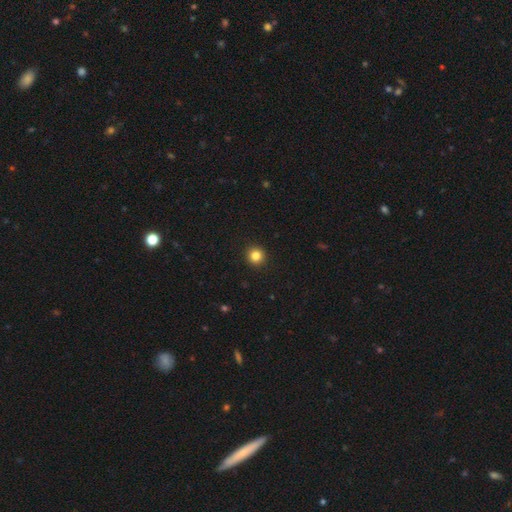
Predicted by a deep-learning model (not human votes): A smooth galaxy with no disk features (84%) that is round (94%).

Vote fractions:
- Smooth or featured? smooth: 84% / star or artifact: 12% / featured or disk: 5%
- How rounded? round: 94% / in between: 5% / cigar-shaped: 1%
- Merging? none: 94% / minor disturbance: 4% / major disturbance: 1% / merger: 1%